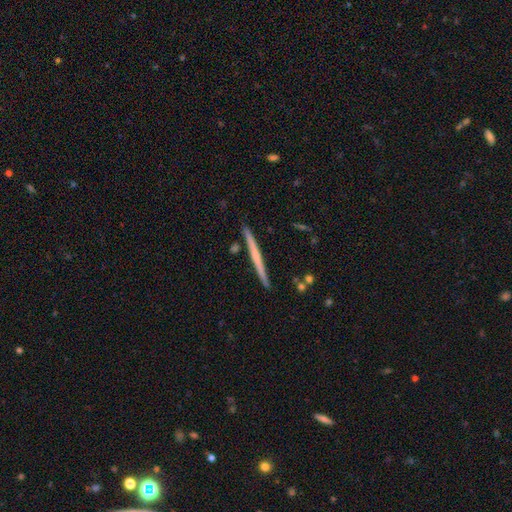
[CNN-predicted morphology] Smooth or featured? featured or disk (60%)
Edge-on disk? yes (98%)
Edge-on bulge? none (73%)
Merging? none (91%)